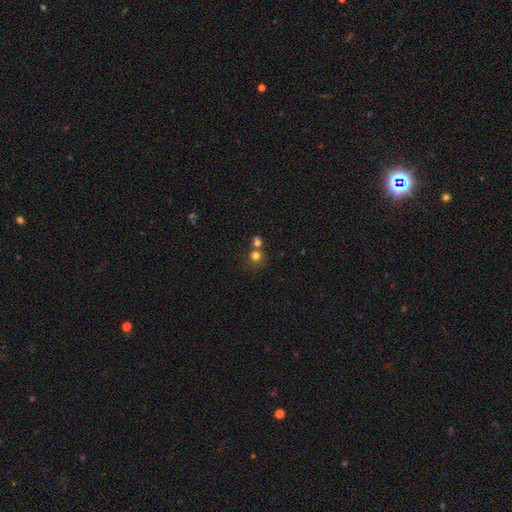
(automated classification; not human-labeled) This appears to be a smooth galaxy with no disk features (76%) that is round (86%). Merging: none (53%).